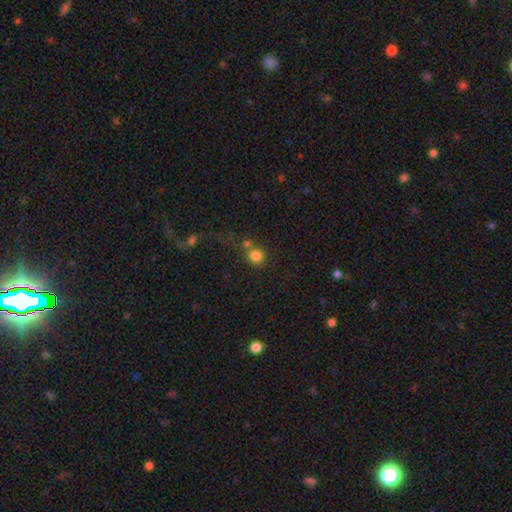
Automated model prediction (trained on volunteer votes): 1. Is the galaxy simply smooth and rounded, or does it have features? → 81% smooth, 13% star or artifact, 6% featured or disk.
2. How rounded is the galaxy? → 90% round, 9% in between, 1% cigar-shaped.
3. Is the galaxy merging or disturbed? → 60% none, 26% merger, 9% minor disturbance, 5% major disturbance.